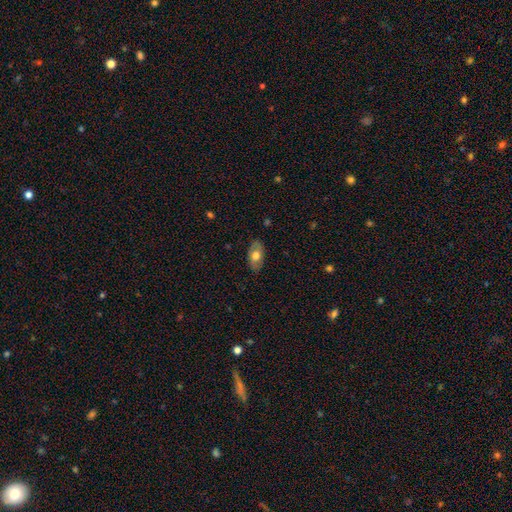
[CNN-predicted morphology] Smooth or featured? smooth (65%)
How rounded? in between (92%)
Merging? none (83%)